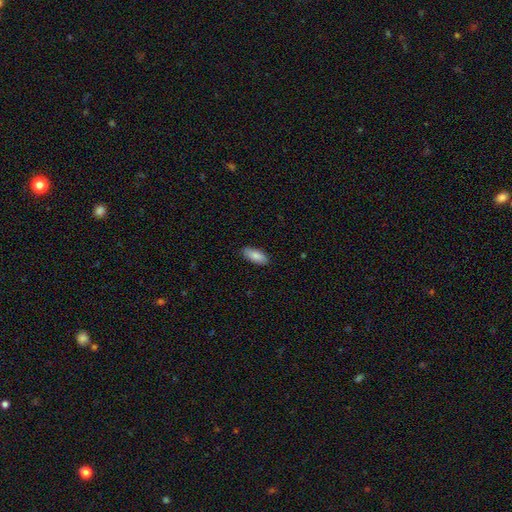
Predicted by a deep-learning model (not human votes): This appears to be a smooth galaxy with no disk features (86%) that is in between round and cigar-shaped (82%). Merging: none (88%).